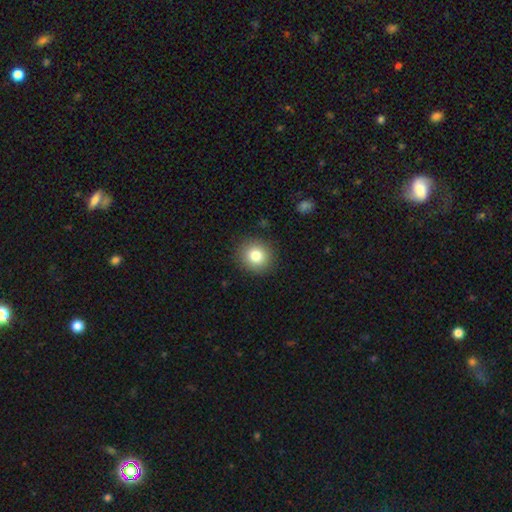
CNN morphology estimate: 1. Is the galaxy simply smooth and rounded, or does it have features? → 81% smooth, 10% star or artifact, 9% featured or disk.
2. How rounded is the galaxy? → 88% round, 11% in between, 1% cigar-shaped.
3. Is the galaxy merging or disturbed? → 90% none, 7% minor disturbance, 2% major disturbance, 1% merger.